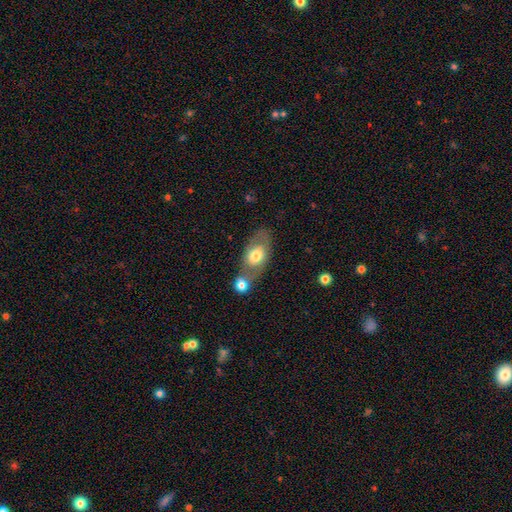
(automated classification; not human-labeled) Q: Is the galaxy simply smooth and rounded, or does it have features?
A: smooth — 62%.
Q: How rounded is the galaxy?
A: in between — 83%.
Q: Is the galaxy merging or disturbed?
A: merger — 43%.